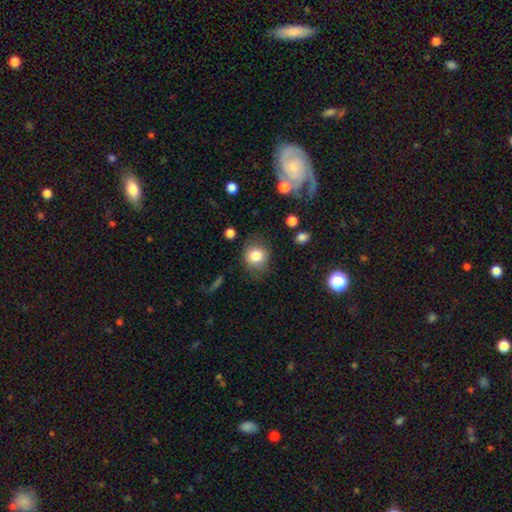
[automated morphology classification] smooth-or-featured: smooth: 82% | star or artifact: 10% | featured or disk: 8%
  how-rounded: round: 77% | in between: 22% | cigar-shaped: 1%
  merging: none: 76% | minor disturbance: 16% | major disturbance: 6% | merger: 2%